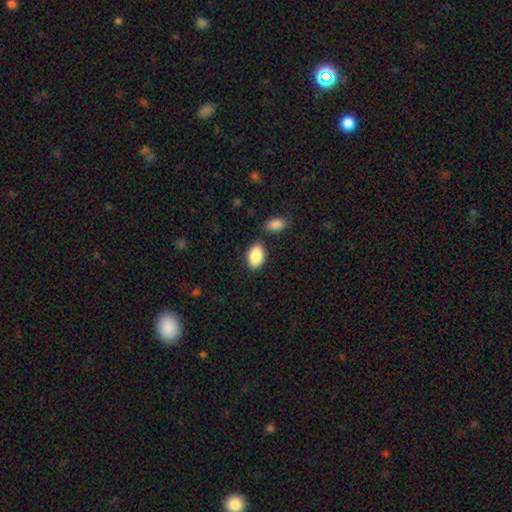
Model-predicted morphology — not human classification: Q: Smooth or featured?
A: smooth (88%); runner-up: star or artifact (6%)
Q: How rounded?
A: in between (92%); runner-up: round (6%)
Q: Merging?
A: none (78%); runner-up: minor disturbance (11%)